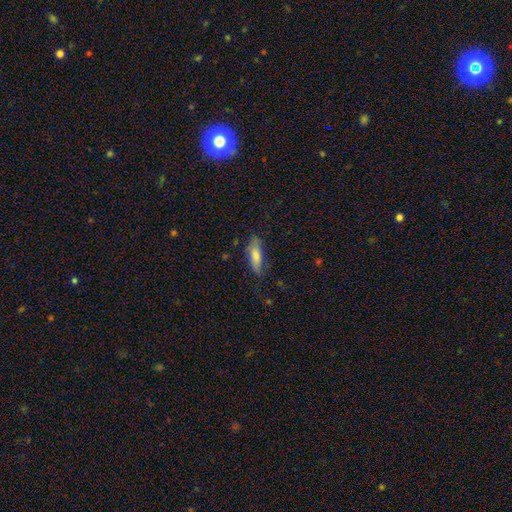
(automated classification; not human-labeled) The model was most divided on "how rounded": in between: 64%, cigar-shaped: 34%, round: 2%. More confident: smooth or featured — smooth (74%); merging — none (70%).